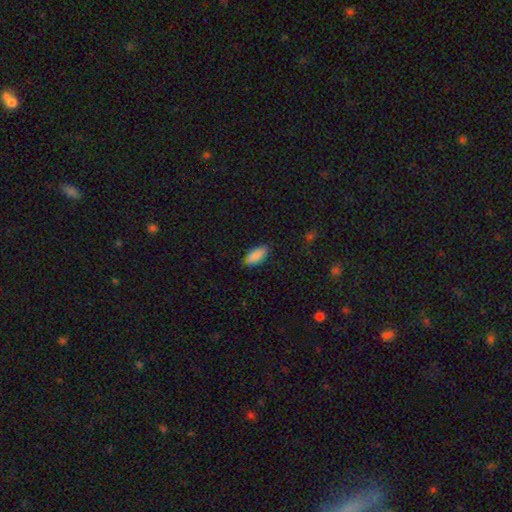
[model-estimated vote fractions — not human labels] Smooth or featured? smooth (89%)
How rounded? in between (92%)
Merging? none (81%)